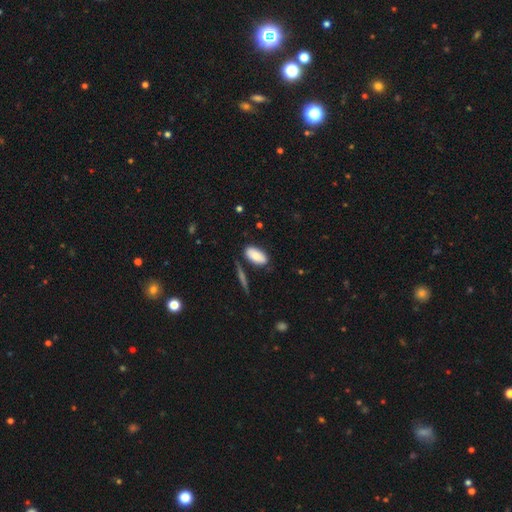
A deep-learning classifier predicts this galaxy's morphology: Q: Smooth or featured?
A: smooth (82%); runner-up: featured or disk (12%)
Q: How rounded?
A: in between (92%); runner-up: cigar-shaped (6%)
Q: Merging?
A: none (76%); runner-up: minor disturbance (16%)